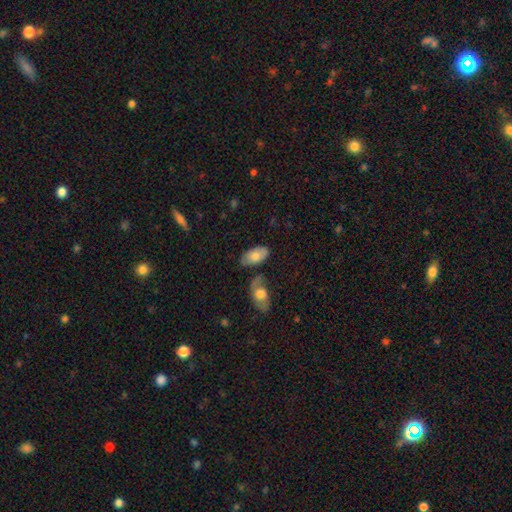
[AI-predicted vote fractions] This is likely a smooth galaxy (73%). How rounded: clearly in between (94%). Merging: likely none (62%).